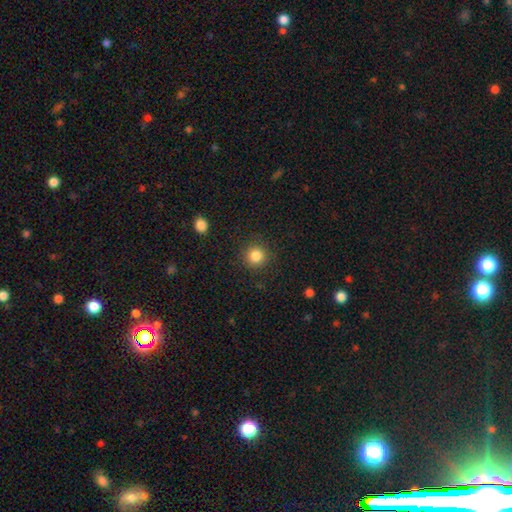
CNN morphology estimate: This is clearly a smooth galaxy (85%). How rounded: clearly round (94%). Merging: clearly none (89%).